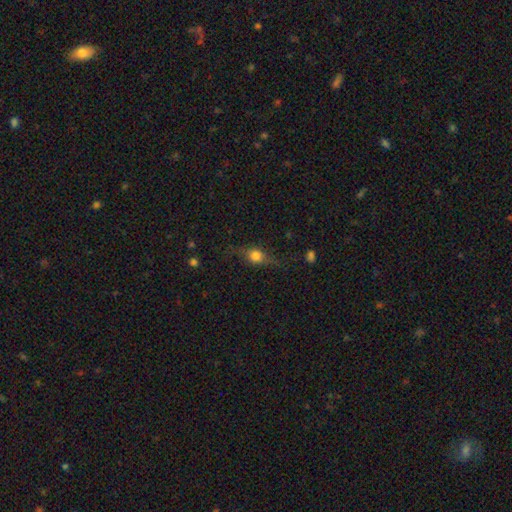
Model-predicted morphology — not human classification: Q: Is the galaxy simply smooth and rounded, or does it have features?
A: smooth — 51%.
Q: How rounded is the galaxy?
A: round — 54%.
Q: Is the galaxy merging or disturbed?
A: none — 69%.